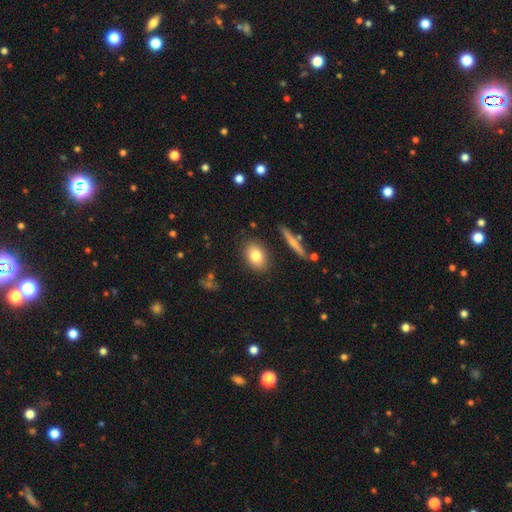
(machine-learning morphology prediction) smooth 78%, featured or disk 13%, star or artifact 9%. Down the decision tree: how rounded — in between (71%); merging — none (85%).